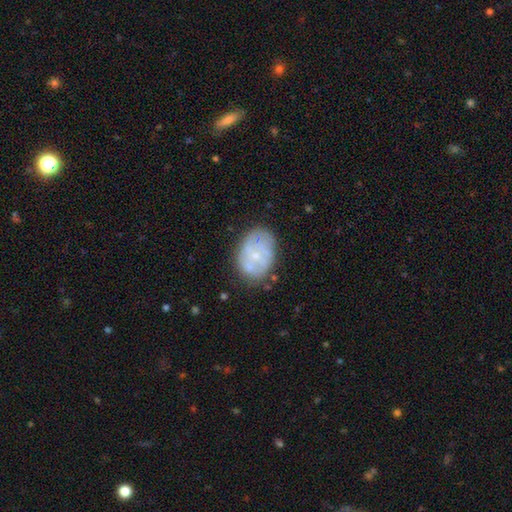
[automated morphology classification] Overall: featured or disk (60%; smooth 32%). Edge-on disk: no (97%). Bar: no (77%). Spiral arms: yes (62%; no 38%). Bulge size: small (75%). Merging: none (68%).